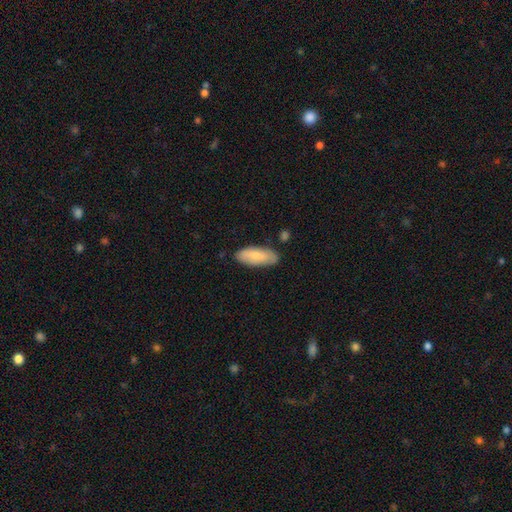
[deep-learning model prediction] smooth-or-featured: smooth: 77% | featured or disk: 17% | star or artifact: 6%
  how-rounded: in between: 81% | cigar-shaped: 18% | round: 2%
  merging: none: 78% | minor disturbance: 17% | major disturbance: 3% | merger: 2%